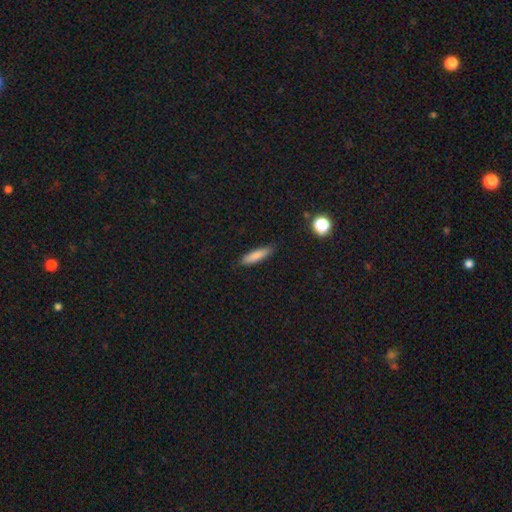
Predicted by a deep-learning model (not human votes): Smooth or featured: smooth — 82% (featured or disk — 10%)
How rounded: cigar-shaped — 75% (in between — 23%)
Merging: none — 86% (minor disturbance — 11%)